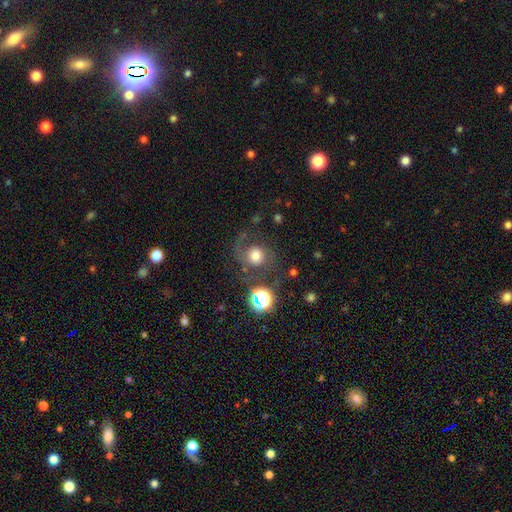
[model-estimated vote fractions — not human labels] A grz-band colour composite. It shows a smooth galaxy with no disk features (48%). Merging: none (51%).